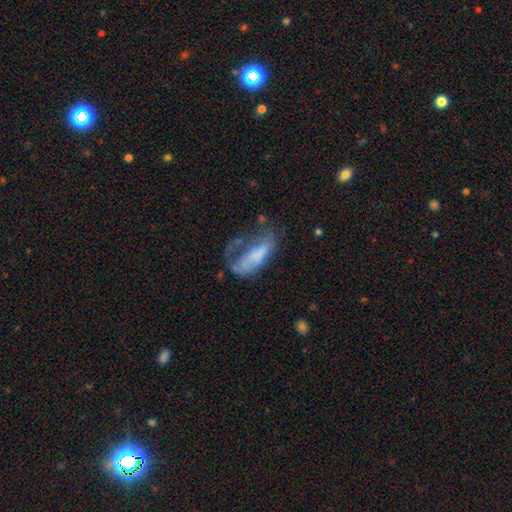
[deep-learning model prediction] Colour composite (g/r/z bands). It shows a smooth galaxy with no disk features (48%). Merging: major disturbance (53%).